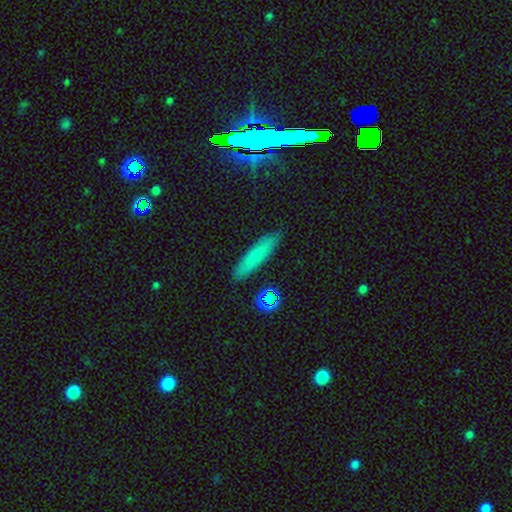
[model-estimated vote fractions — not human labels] A smooth galaxy with no disk features (73%) that is cigar-shaped (81%).

Vote fractions:
- Smooth or featured? smooth: 73% / featured or disk: 15% / star or artifact: 11%
- How rounded? cigar-shaped: 81% / in between: 17% / round: 2%
- Merging? none: 87% / minor disturbance: 9% / major disturbance: 2% / merger: 2%